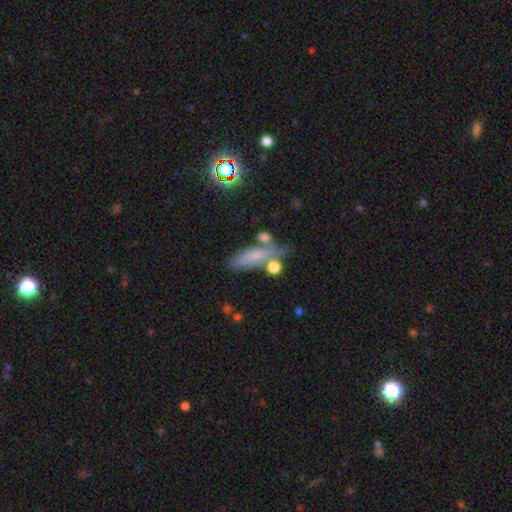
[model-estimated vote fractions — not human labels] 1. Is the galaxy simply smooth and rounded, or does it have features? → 61% smooth, 22% featured or disk, 17% star or artifact.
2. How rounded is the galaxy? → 53% in between, 41% cigar-shaped, 6% round.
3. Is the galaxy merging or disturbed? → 48% none, 22% minor disturbance, 18% merger, 12% major disturbance.